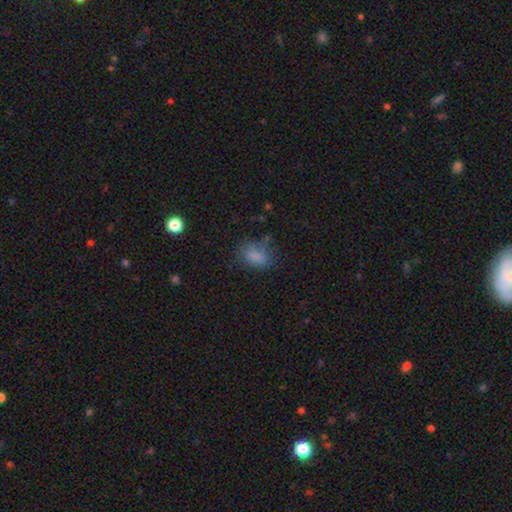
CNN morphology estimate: A smooth galaxy with no disk features (78%) that is in between round and cigar-shaped (82%). Merging: none (54%).